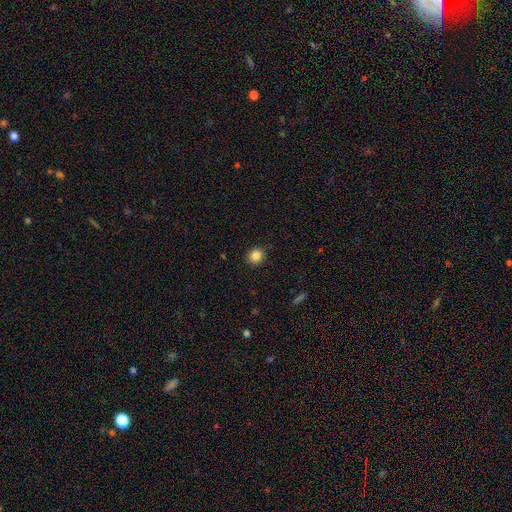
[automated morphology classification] This is clearly a smooth galaxy (86%). How rounded: clearly round (82%). Merging: clearly none (89%).